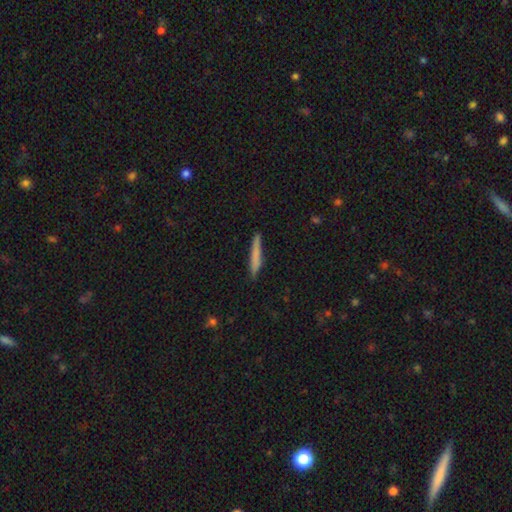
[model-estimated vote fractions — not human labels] A smooth galaxy with no disk features (73%) that is cigar-shaped (95%). Merging: none (85%).